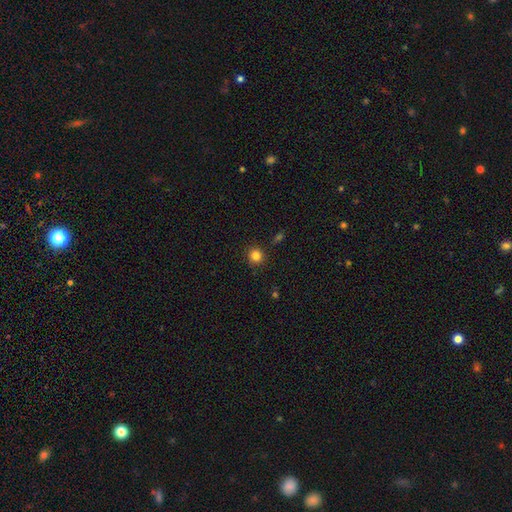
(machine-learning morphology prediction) Smooth or featured?
  - smooth: 83% *
  - star or artifact: 12%
  - featured or disk: 5%
How rounded?
  - round: 91% *
  - in between: 8%
  - cigar-shaped: 1%
Merging?
  - none: 89% *
  - minor disturbance: 7%
  - major disturbance: 2%
  - merger: 2%